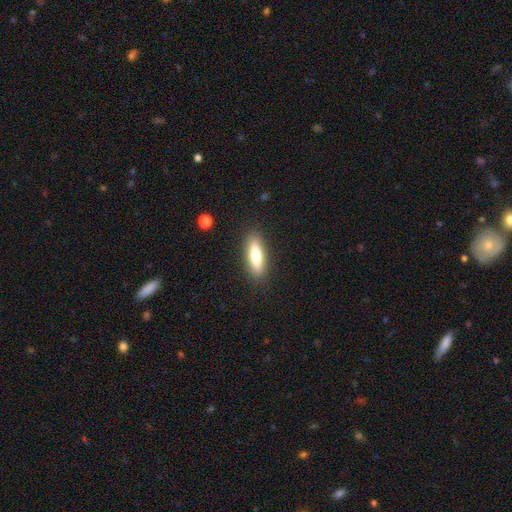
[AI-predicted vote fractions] A smooth galaxy with no disk features (74%) that is cigar-shaped (55%).

Vote fractions:
- Smooth or featured? smooth: 74% / featured or disk: 19% / star or artifact: 6%
- How rounded? cigar-shaped: 55% / in between: 43% / round: 2%
- Merging? none: 88% / minor disturbance: 9% / major disturbance: 2% / merger: 1%